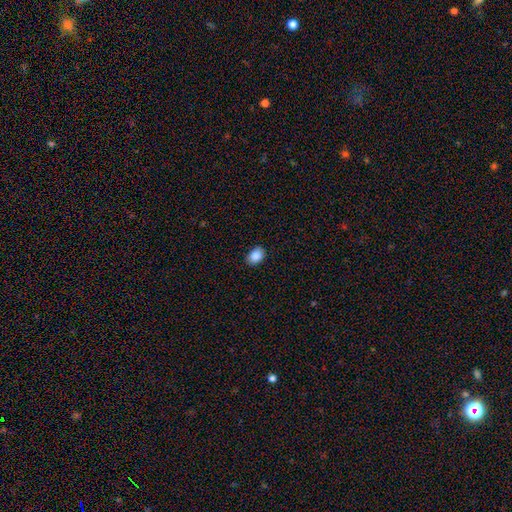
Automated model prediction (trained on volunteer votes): smooth_or_featured: smooth (p=0.89) [alt: star or artifact p=0.08]
how_rounded: in between (p=0.76) [alt: round p=0.23]
merging: none (p=0.86) [alt: minor disturbance p=0.11]